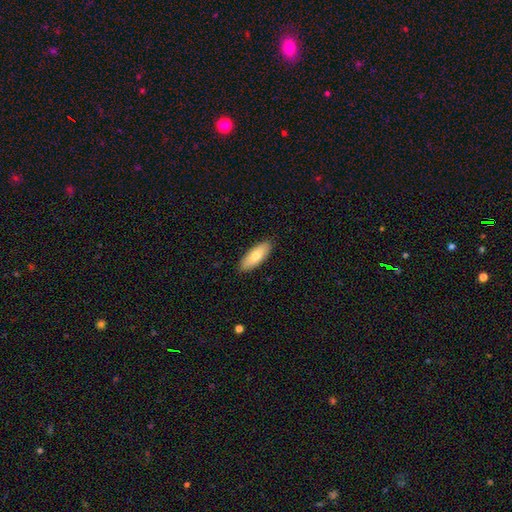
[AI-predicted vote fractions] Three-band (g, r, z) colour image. It shows a smooth galaxy with no disk features (79%) that is in between round and cigar-shaped (71%). Merging: none (89%).